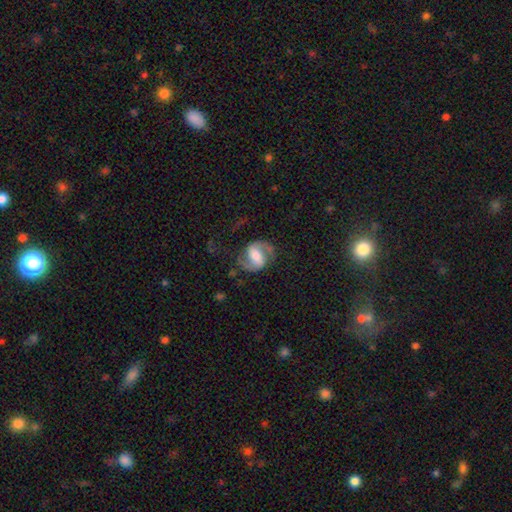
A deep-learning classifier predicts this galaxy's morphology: Smooth or featured: featured or disk — 84% (smooth — 11%)
Edge-on disk: no — 98% (yes — 2%)
Bar: weak — 43% (strong — 36%)
Spiral arms: yes — 96% (no — 4%)
Spiral winding: medium — 55% (loose — 27%)
Spiral arm count: 2 — 93% (can't tell — 2%)
Bulge size: moderate — 44% (large — 27%)
Merging: none — 73% (minor disturbance — 15%)